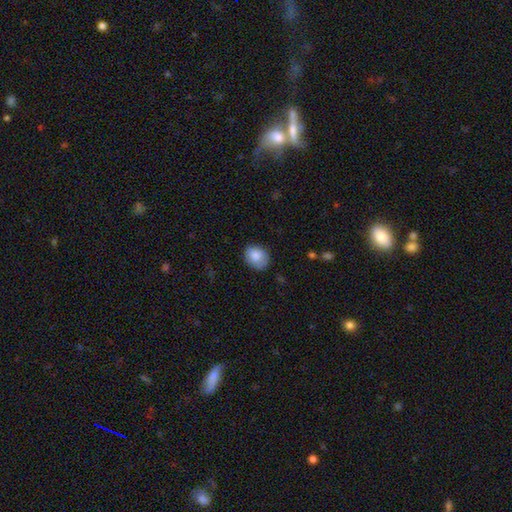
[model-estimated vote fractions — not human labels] Smooth or featured? Predicted: smooth (p=0.83). How rounded? Predicted: in between (p=0.52). Merging? Predicted: none (p=0.70).